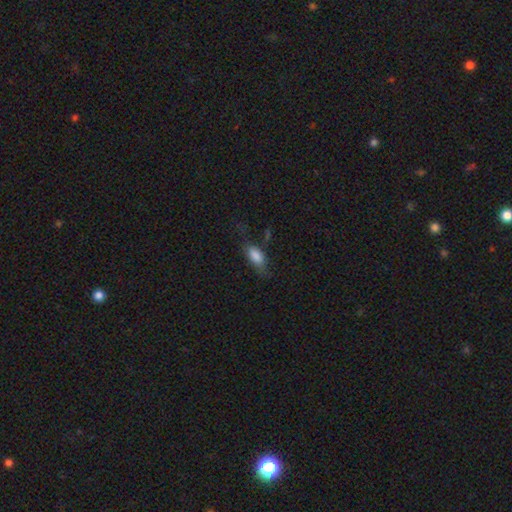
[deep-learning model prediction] A smooth galaxy with no disk features (81%) that is in between round and cigar-shaped (87%). Merging: none (49%).